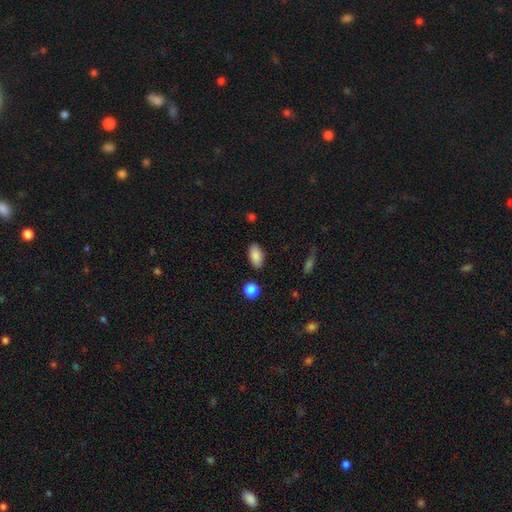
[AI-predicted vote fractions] Smooth or featured? Predicted: smooth (p=0.87). How rounded? Predicted: in between (p=0.93). Merging? Predicted: none (p=0.86).